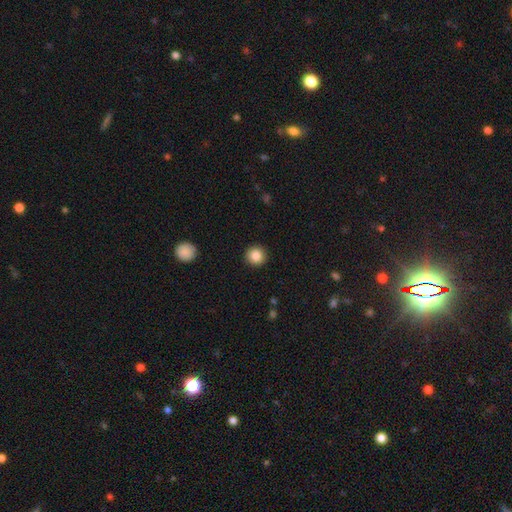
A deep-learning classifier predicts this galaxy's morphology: smooth 86%, star or artifact 9%, featured or disk 4%. Down the decision tree: how rounded — round (95%); merging — none (92%).